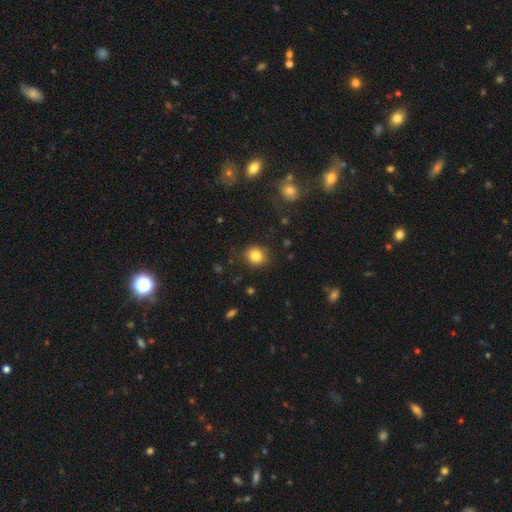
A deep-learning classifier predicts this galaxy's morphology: Smooth or featured? smooth (82%)
How rounded? round (78%)
Merging? none (86%)